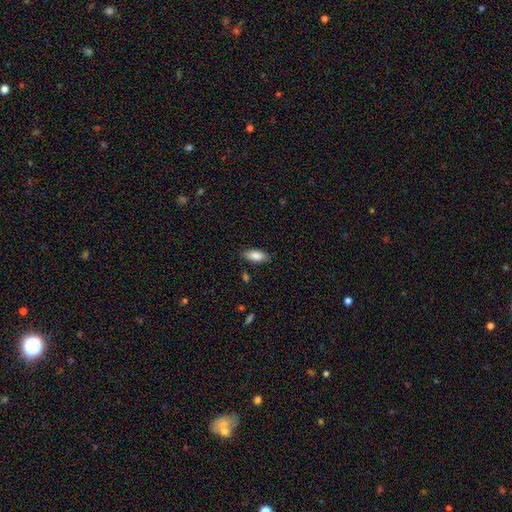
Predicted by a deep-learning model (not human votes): Q: Smooth or featured?
A: smooth (85%); runner-up: featured or disk (8%)
Q: How rounded?
A: in between (85%); runner-up: cigar-shaped (13%)
Q: Merging?
A: none (84%); runner-up: minor disturbance (12%)